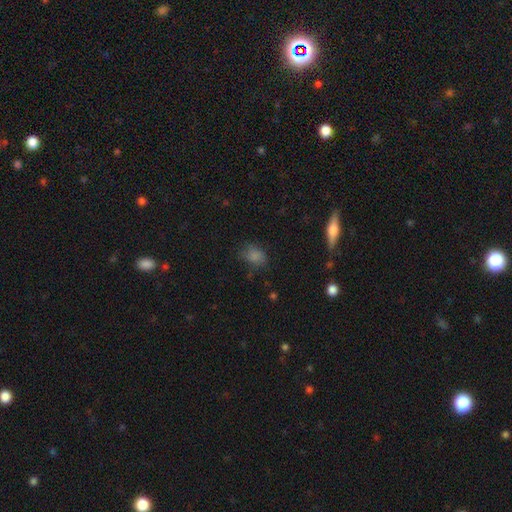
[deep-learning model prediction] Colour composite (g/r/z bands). It shows a smooth galaxy with no disk features (74%) that is in between round and cigar-shaped (67%). Merging: none (69%).